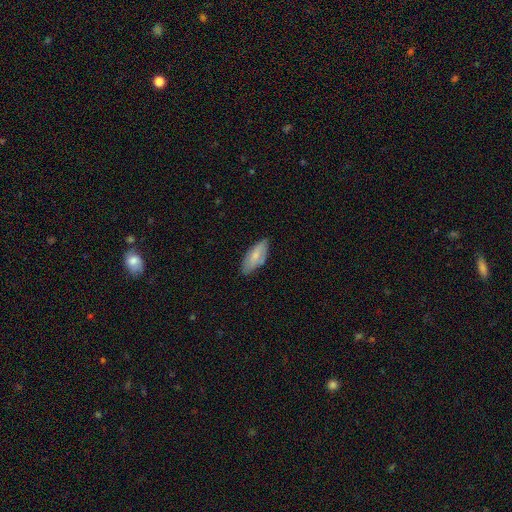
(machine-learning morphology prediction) The model was most divided on "smooth or featured": smooth: 68%, featured or disk: 26%, star or artifact: 6%. More confident: how rounded — in between (84%); merging — none (69%).